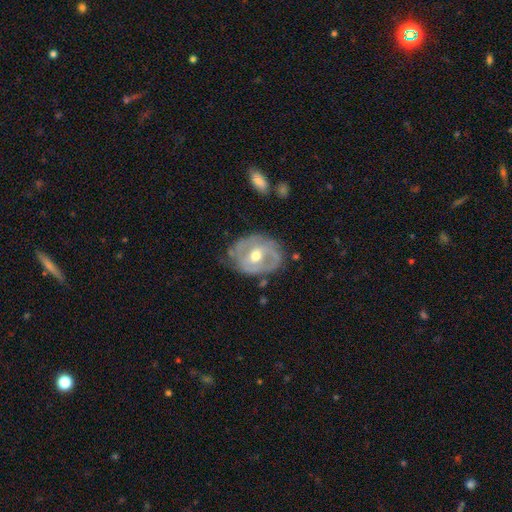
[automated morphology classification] A featured or disk galaxy (70%) with a weak bar (41%), spiral arms (53%) and a moderate central bulge (74%).

Vote fractions:
- Smooth or featured? featured or disk: 70% / smooth: 24% / star or artifact: 6%
- Edge-on disk? no: 95% / yes: 5%
- Bar? weak: 41% / no: 39% / strong: 20%
- Spiral arms? yes: 53% / no: 47%
- Bulge size? moderate: 74% / small: 20% / large: 4% / none: 1% / dominant: 1%
- Merging? none: 64% / minor disturbance: 24% / major disturbance: 9% / merger: 2%